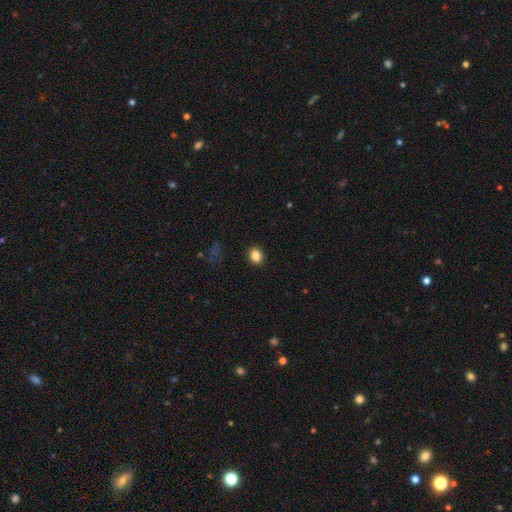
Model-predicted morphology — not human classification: This is clearly a smooth galaxy (86%). How rounded: possibly in between (50%). Merging: clearly none (90%).